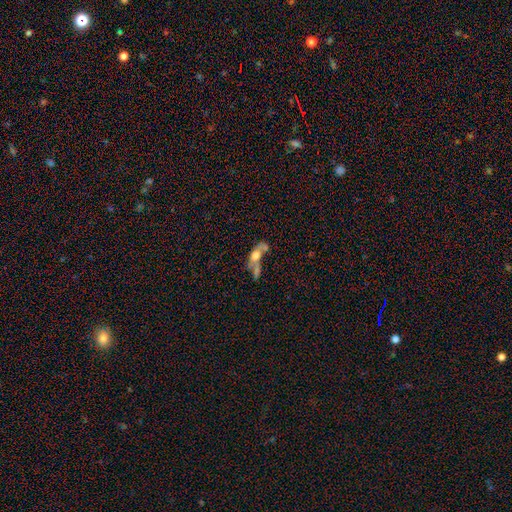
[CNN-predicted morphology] type=smooth (41%); merging=none (42%).